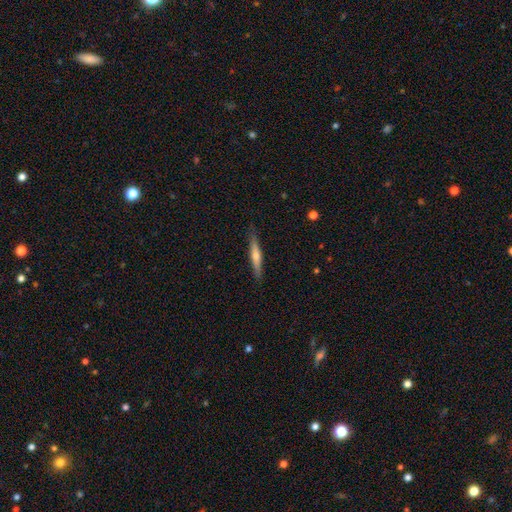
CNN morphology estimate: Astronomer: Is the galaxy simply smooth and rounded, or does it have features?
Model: featured or disk — 53% (runner-up: smooth, 41%).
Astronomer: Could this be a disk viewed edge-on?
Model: yes — 95%.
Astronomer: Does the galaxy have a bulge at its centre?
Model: rounded — 75%.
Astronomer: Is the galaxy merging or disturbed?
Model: none — 88%.